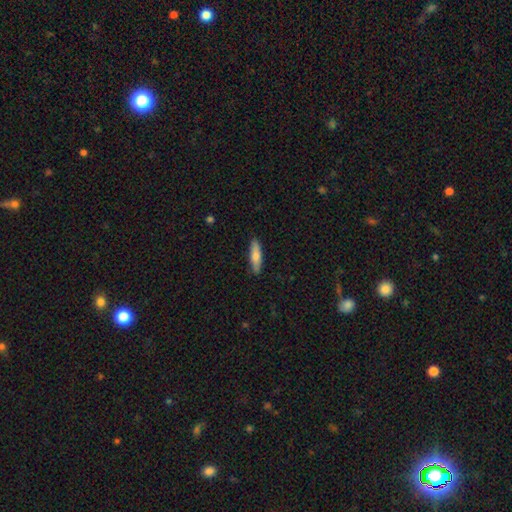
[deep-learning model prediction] smooth 77%, featured or disk 17%, star or artifact 6%. Down the decision tree: how rounded — cigar-shaped (72%); merging — none (88%).